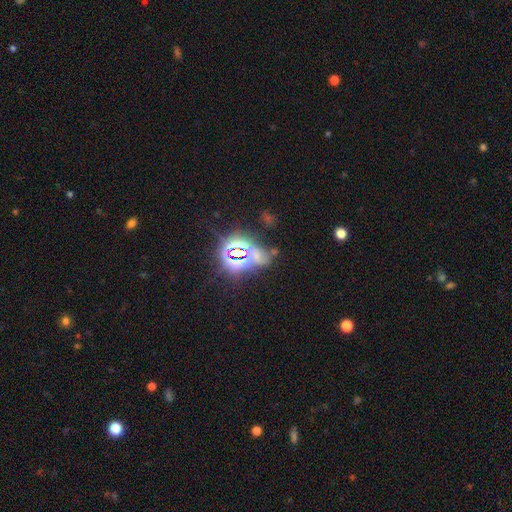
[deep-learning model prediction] smooth_or_featured: star or artifact (p=0.69) [alt: smooth p=0.21]